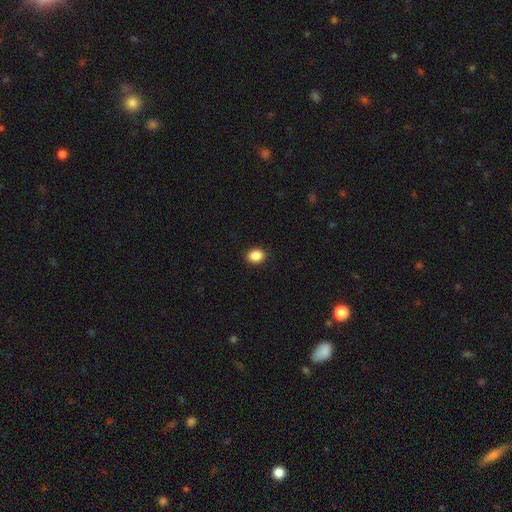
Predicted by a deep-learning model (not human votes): Q: Smooth or featured?
A: smooth (88%); runner-up: star or artifact (9%)
Q: How rounded?
A: round (50%); runner-up: in between (49%)
Q: Merging?
A: none (91%); runner-up: minor disturbance (6%)